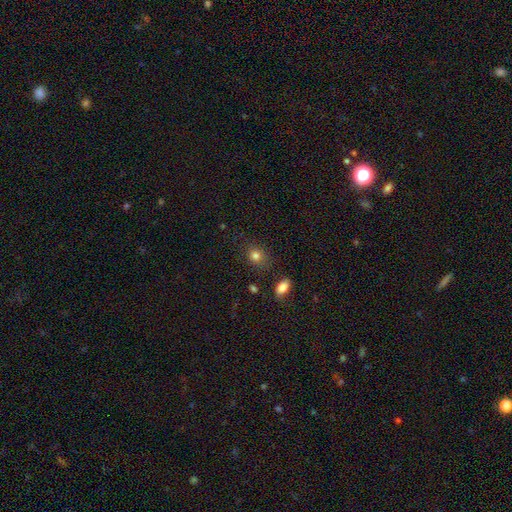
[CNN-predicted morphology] The model was most divided on "how rounded": round: 59%, in between: 39%, cigar-shaped: 1%. More confident: smooth or featured — smooth (81%); merging — none (77%).